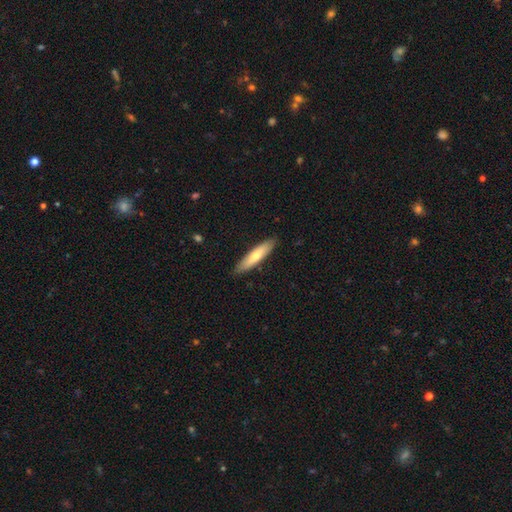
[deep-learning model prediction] Smooth or featured?
  - smooth: 63% *
  - featured or disk: 32%
  - star or artifact: 5%
How rounded?
  - cigar-shaped: 79% *
  - in between: 20%
  - round: 1%
Merging?
  - none: 89% *
  - minor disturbance: 9%
  - major disturbance: 2%
  - merger: 1%